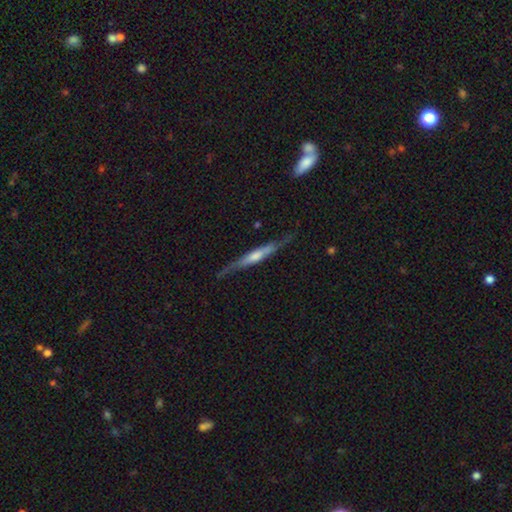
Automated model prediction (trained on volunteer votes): smooth-or-featured: featured or disk: 73% | smooth: 21% | star or artifact: 6%
  disk-edge-on: yes: 91% | no: 9%
    edge-on-bulge: rounded: 59% | none: 24% | boxy: 17%
  merging: none: 73% | minor disturbance: 19% | major disturbance: 5% | merger: 2%